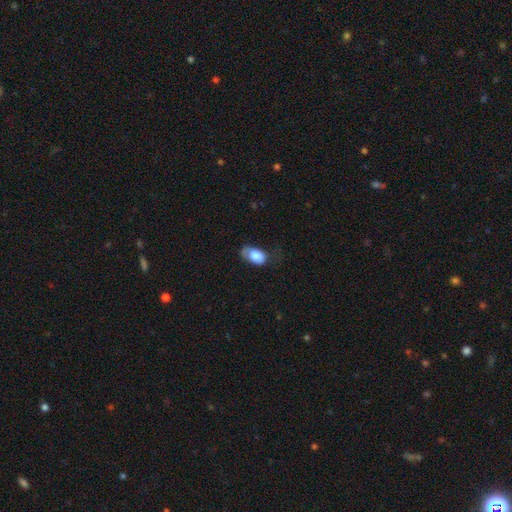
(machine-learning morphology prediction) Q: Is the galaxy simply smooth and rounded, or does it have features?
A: smooth — 75%.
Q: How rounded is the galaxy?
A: in between — 90%.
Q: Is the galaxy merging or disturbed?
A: none — 36%.